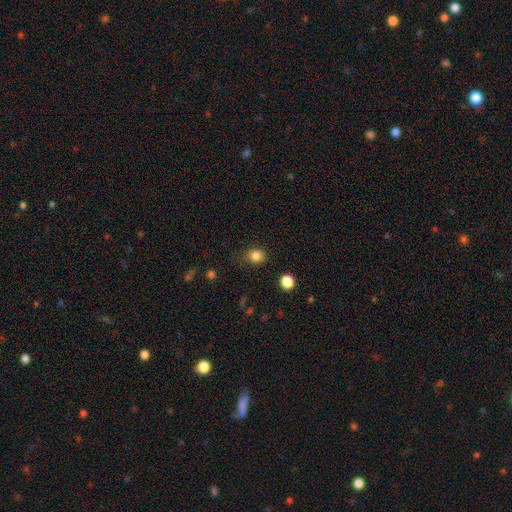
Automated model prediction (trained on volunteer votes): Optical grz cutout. It shows a smooth galaxy with no disk features (83%) that is round (71%). Merging: none (78%).